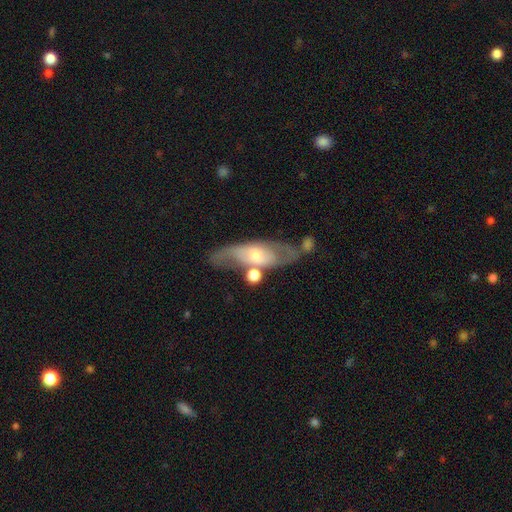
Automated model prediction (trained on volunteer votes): smooth-or-featured: featured or disk: 66% | smooth: 28% | star or artifact: 6%
  disk-edge-on: no: 79% | yes: 21%
    bar: no: 63% | weak: 27% | strong: 10%
    has-spiral-arms: yes: 68% | no: 32%
    bulge-size: moderate: 50% | small: 41% | large: 6% | none: 2% | dominant: 1%
  merging: none: 55% | minor disturbance: 19% | merger: 16% | major disturbance: 10%